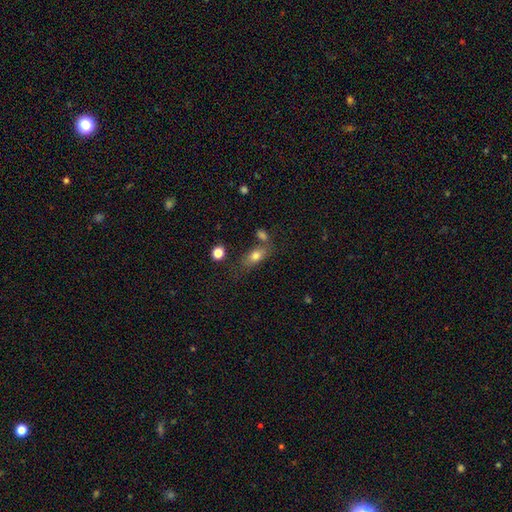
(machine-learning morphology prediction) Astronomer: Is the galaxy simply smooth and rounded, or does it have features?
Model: smooth — 76%.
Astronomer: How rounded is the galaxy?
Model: in between — 81%.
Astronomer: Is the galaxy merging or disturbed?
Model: none — 60%.